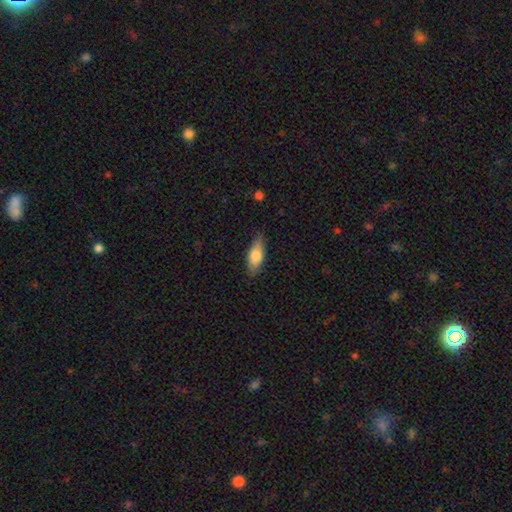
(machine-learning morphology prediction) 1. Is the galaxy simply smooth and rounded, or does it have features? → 75% smooth, 19% featured or disk, 6% star or artifact.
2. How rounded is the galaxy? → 73% in between, 25% cigar-shaped, 3% round.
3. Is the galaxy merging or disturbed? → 79% none, 17% minor disturbance, 3% major disturbance, 1% merger.